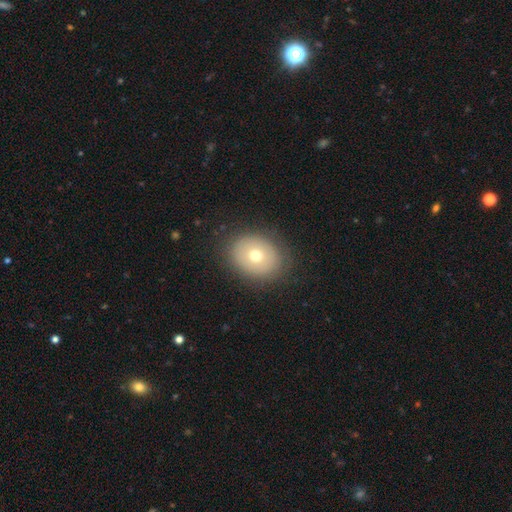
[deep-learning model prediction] A smooth galaxy with no disk features (67%) that is round (52%). Merging: none (86%).